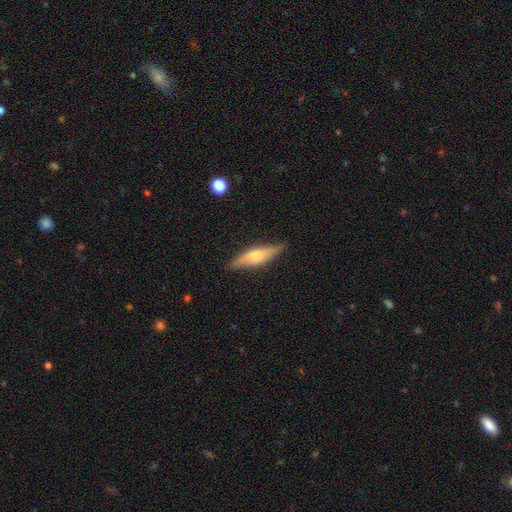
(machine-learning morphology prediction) A smooth galaxy with no disk features (49%). Merging: none (84%).